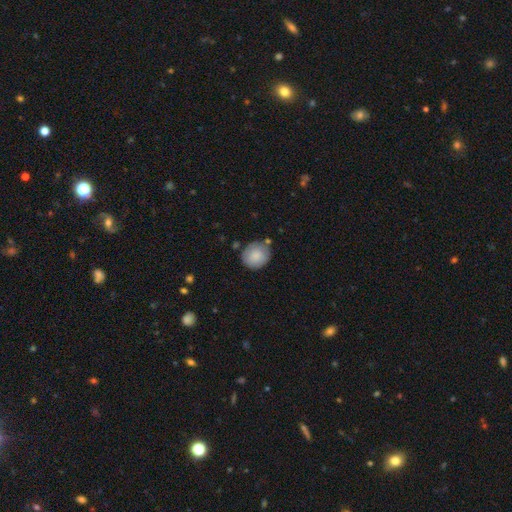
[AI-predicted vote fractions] smooth-or-featured: smooth: 83% | featured or disk: 10% | star or artifact: 6%
  how-rounded: round: 76% | in between: 23% | cigar-shaped: 1%
  merging: none: 72% | minor disturbance: 18% | merger: 6% | major disturbance: 4%